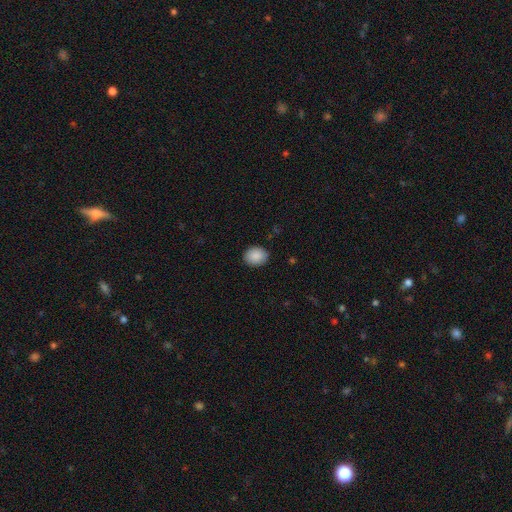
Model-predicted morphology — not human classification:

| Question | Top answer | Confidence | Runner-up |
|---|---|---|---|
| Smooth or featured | smooth | 90% | star or artifact (7%) |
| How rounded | in between | 50% | round (49%) |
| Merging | none | 89% | minor disturbance (8%) |